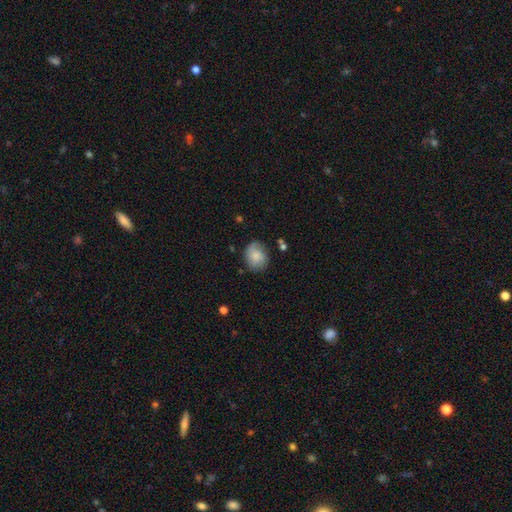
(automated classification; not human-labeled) smooth 72%, featured or disk 20%, star or artifact 8%. Down the decision tree: how rounded — round (60%); merging — none (69%).